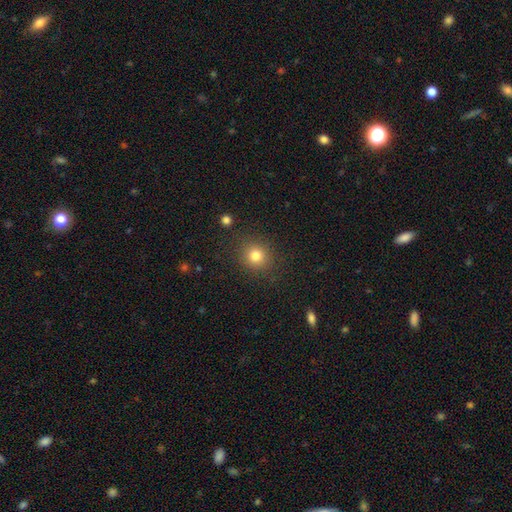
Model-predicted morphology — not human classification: This appears to be a smooth galaxy with no disk features (80%) that is round (84%). Merging: none (87%).